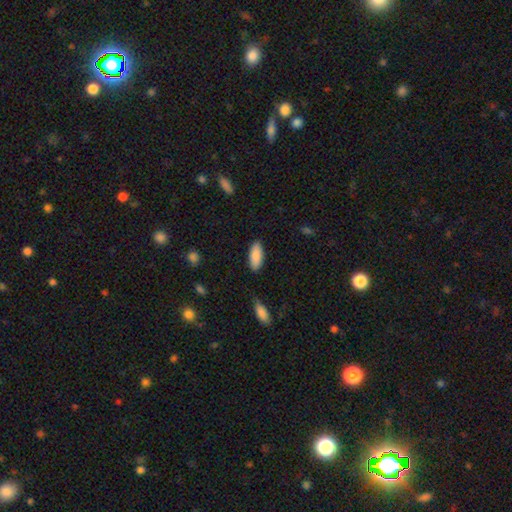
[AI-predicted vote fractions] The model was most divided on "how rounded": in between: 80%, cigar-shaped: 18%, round: 2%. More confident: smooth or featured — smooth (88%); merging — none (85%).